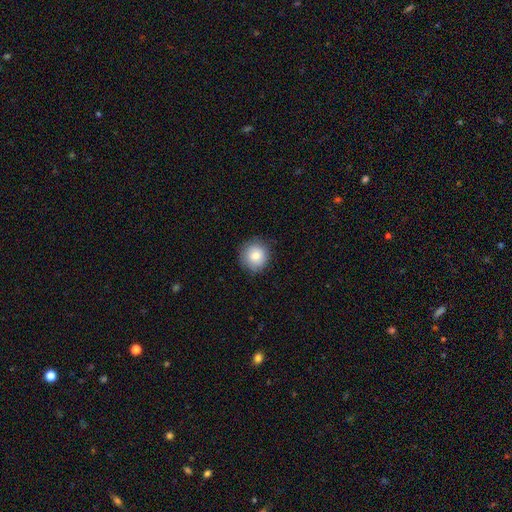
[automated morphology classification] smooth 81%, featured or disk 10%, star or artifact 9%. Down the decision tree: how rounded — round (93%); merging — none (85%).